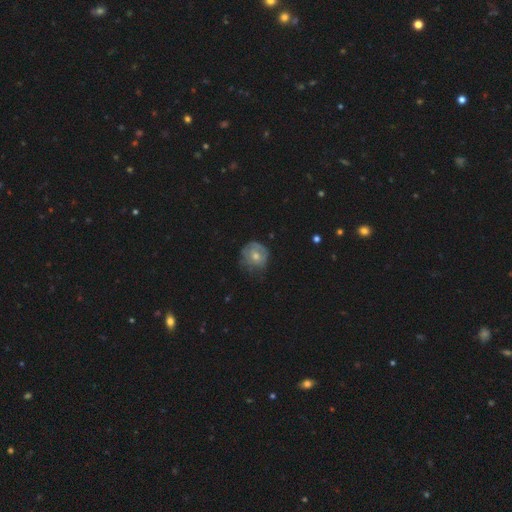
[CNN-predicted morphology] Smooth or featured? smooth (54%)
How rounded? round (81%)
Merging? none (55%)